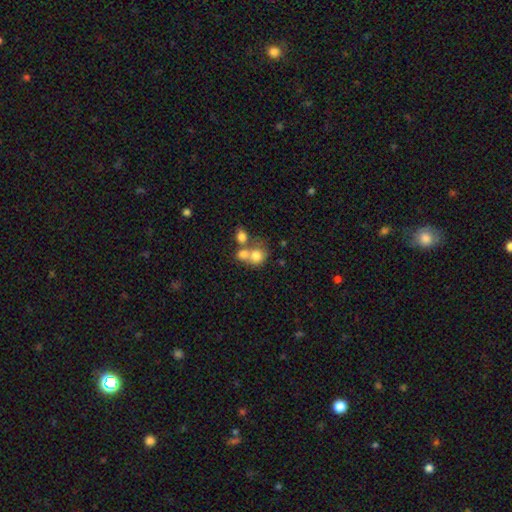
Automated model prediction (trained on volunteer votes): smooth_or_featured: smooth (p=0.73) [alt: featured or disk p=0.16]
how_rounded: round (p=0.72) [alt: in between p=0.27]
merging: merger (p=0.55) [alt: none p=0.31]